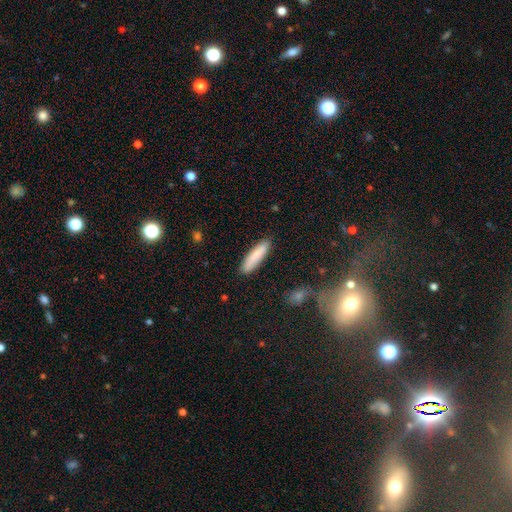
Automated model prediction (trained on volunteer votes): smooth-or-featured: smooth: 85% | featured or disk: 9% | star or artifact: 6%
  how-rounded: cigar-shaped: 74% | in between: 25% | round: 1%
  merging: none: 89% | minor disturbance: 8% | major disturbance: 2% | merger: 1%